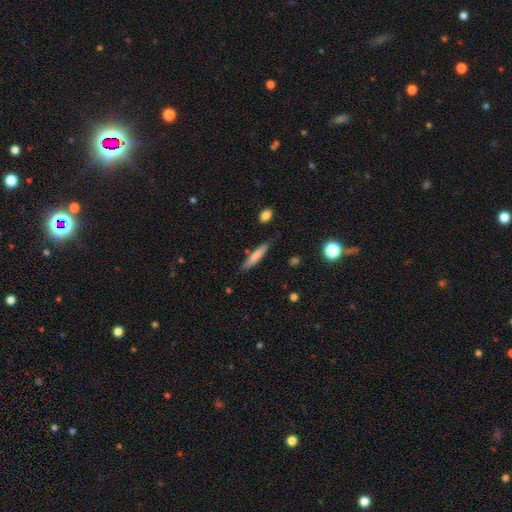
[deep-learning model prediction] Q: Smooth or featured?
A: smooth (73%); runner-up: featured or disk (21%)
Q: How rounded?
A: cigar-shaped (88%); runner-up: in between (10%)
Q: Merging?
A: none (83%); runner-up: minor disturbance (12%)